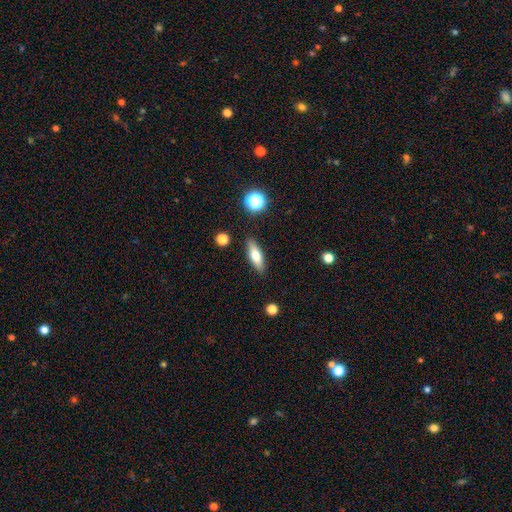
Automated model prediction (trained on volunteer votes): Smooth or featured: smooth — 68% (featured or disk — 24%)
How rounded: in between — 51% (cigar-shaped — 45%)
Merging: none — 87% (minor disturbance — 9%)